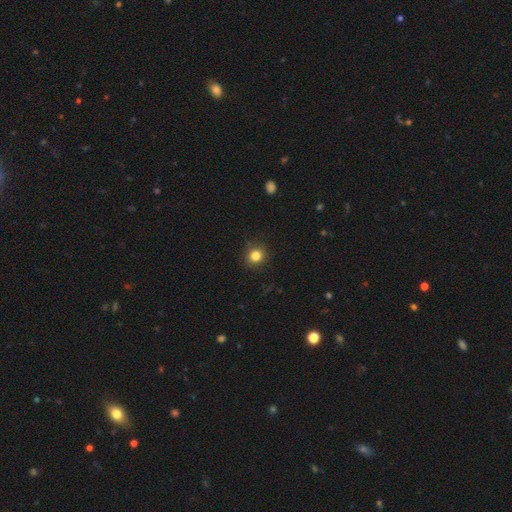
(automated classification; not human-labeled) Overall: smooth (83%). How rounded: round (82%). Merging: none (88%).